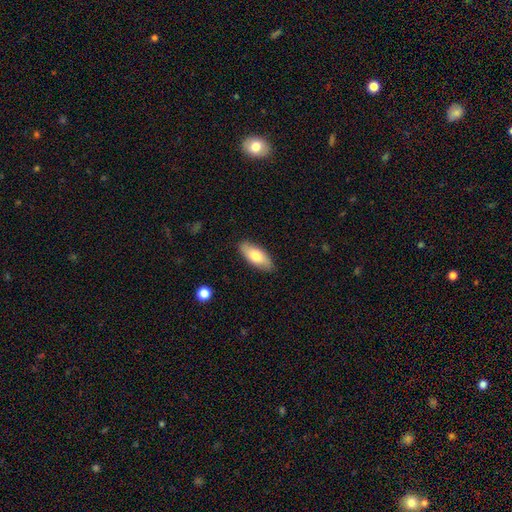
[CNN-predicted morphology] This is likely a smooth galaxy (75%). How rounded: clearly in between (83%). Merging: clearly none (86%).